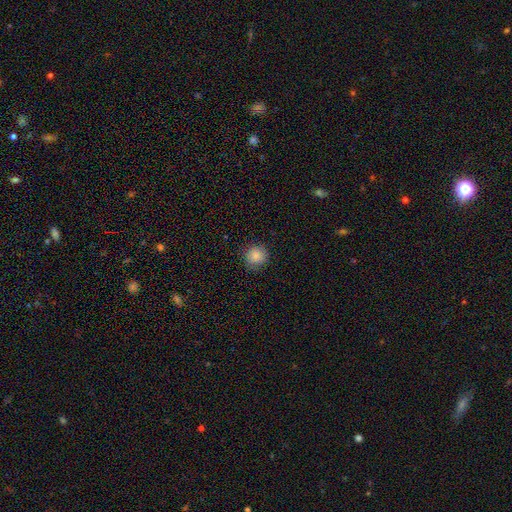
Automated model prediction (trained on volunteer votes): Smooth or featured? smooth (86%)
How rounded? round (92%)
Merging? none (88%)